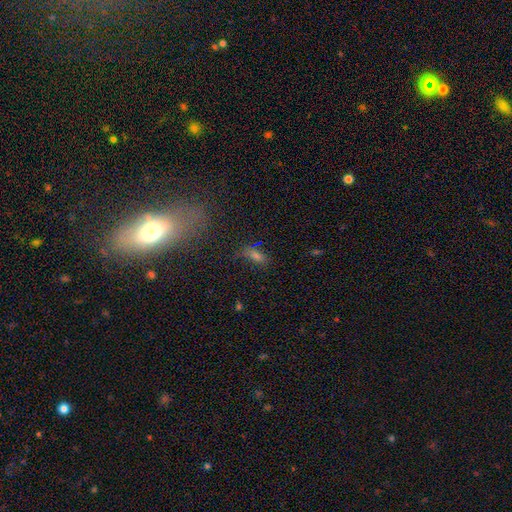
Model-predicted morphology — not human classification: smooth-or-featured: smooth: 52% | star or artifact: 32% | featured or disk: 16%
  how-rounded: in between: 72% | cigar-shaped: 15% | round: 13%
  merging: none: 58% | minor disturbance: 20% | major disturbance: 15% | merger: 7%